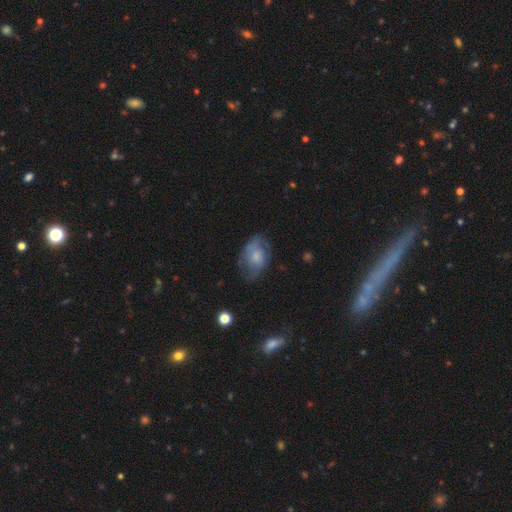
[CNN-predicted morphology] smooth_or_featured: featured or disk (p=0.51) [alt: smooth p=0.42]
disk_edge_on: no (p=0.96) [alt: yes p=0.04]
merging: none (p=0.57) [alt: minor disturbance p=0.27]